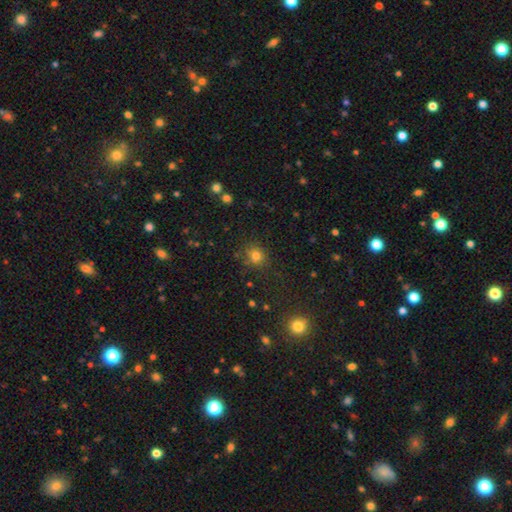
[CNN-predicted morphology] smooth_or_featured: smooth (p=0.74) [alt: star or artifact p=0.19]
how_rounded: round (p=0.74) [alt: in between p=0.25]
merging: none (p=0.76) [alt: minor disturbance p=0.14]